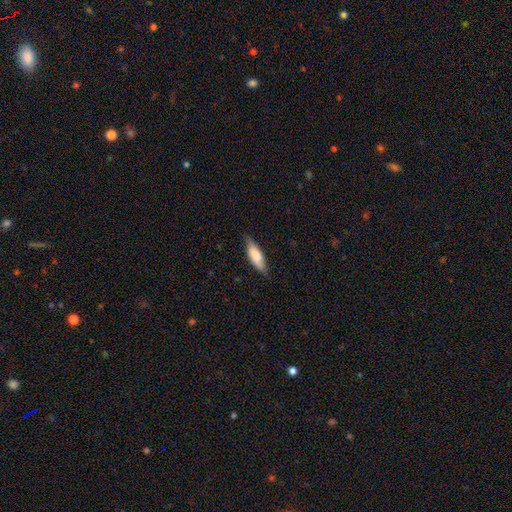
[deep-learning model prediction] A smooth galaxy with no disk features (79%) that is in between round and cigar-shaped (54%). Merging: none (80%).